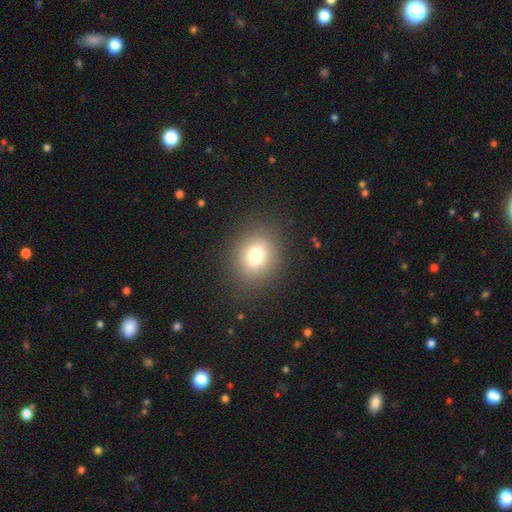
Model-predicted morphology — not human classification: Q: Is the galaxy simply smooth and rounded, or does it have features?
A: smooth — 76%.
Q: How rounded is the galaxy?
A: round — 59%.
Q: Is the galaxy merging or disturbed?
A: none — 86%.